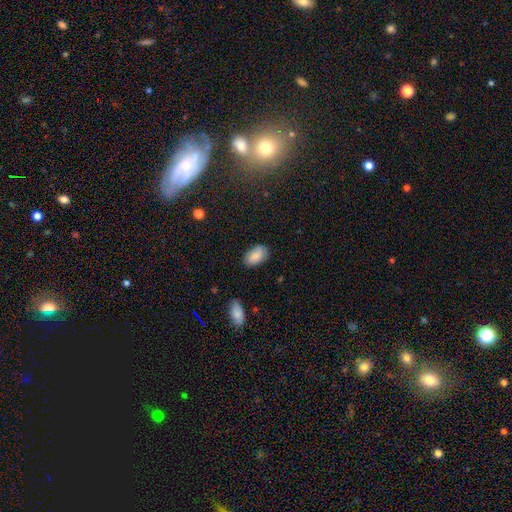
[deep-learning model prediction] Smooth or featured? smooth (86%)
How rounded? in between (94%)
Merging? none (83%)